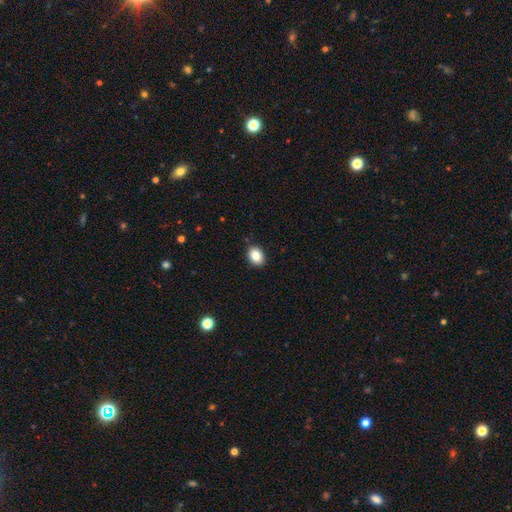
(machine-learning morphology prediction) A smooth galaxy with no disk features (86%) that is in between round and cigar-shaped (63%). Merging: none (88%).